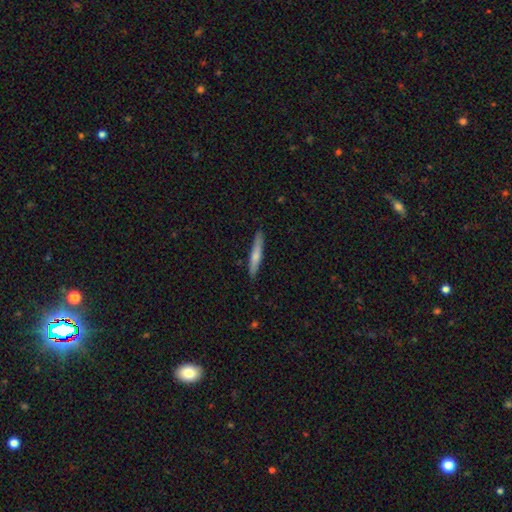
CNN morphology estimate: Q: Smooth or featured?
A: smooth (62%); runner-up: featured or disk (32%)
Q: How rounded?
A: cigar-shaped (93%); runner-up: in between (5%)
Q: Merging?
A: none (88%); runner-up: minor disturbance (9%)